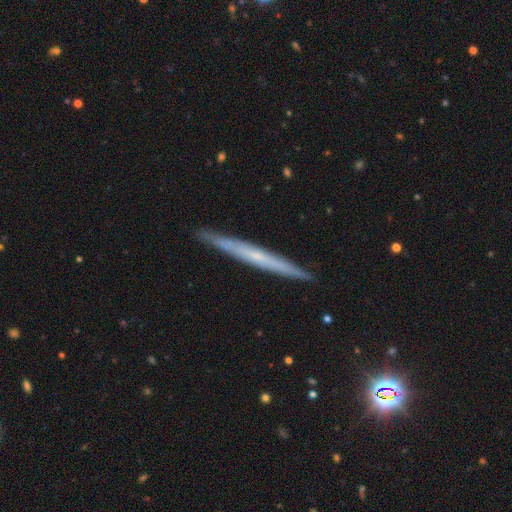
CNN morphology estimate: Smooth or featured?
  - featured or disk: 61% *
  - smooth: 34%
  - star or artifact: 6%
Edge-on disk?
  - yes: 96% *
  - no: 4%
Edge-on bulge?
  - none: 73% *
  - rounded: 23%
  - boxy: 4%
Merging?
  - none: 91% *
  - minor disturbance: 7%
  - major disturbance: 1%
  - merger: 1%